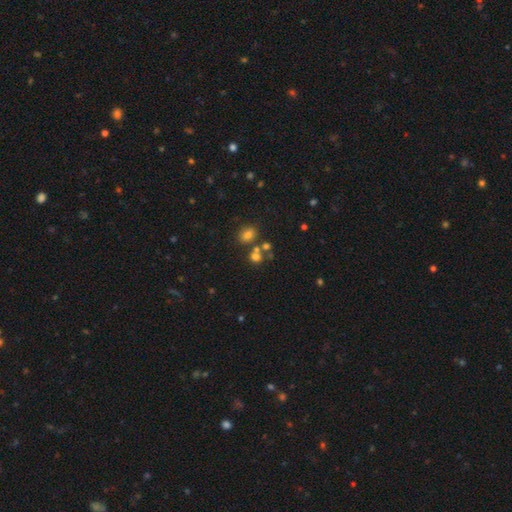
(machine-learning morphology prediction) The model was most divided on "merging": none: 55%, merger: 31%, minor disturbance: 9%, major disturbance: 5%. More confident: how rounded — round (72%); smooth or featured — smooth (69%).